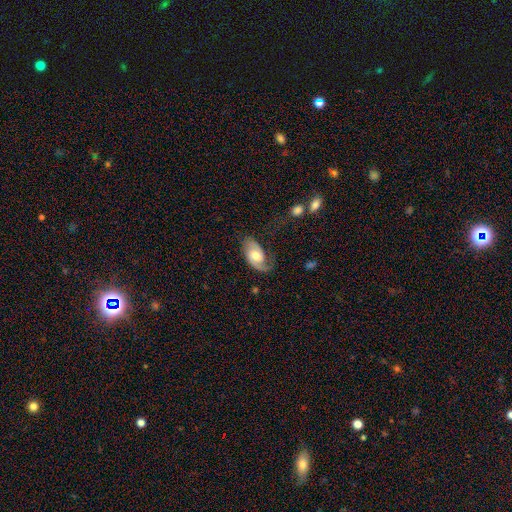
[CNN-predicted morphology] This appears to be a featured or disk galaxy (70%) with no bar (64%), 2 (52%) medium (41%) spiral arms (91%) and a moderate central bulge (67%). Merging: none (53%).